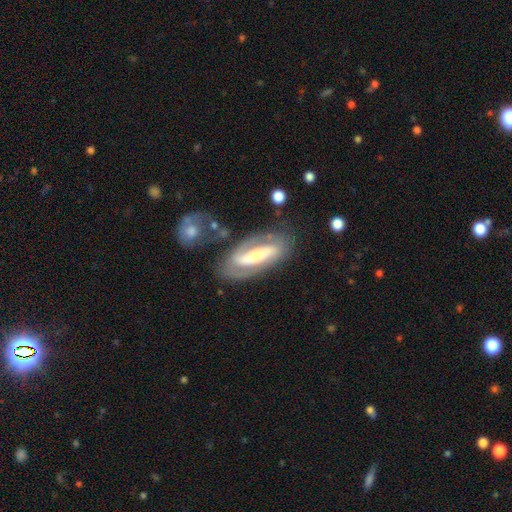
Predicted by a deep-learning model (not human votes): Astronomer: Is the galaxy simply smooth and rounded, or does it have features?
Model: featured or disk — 75%.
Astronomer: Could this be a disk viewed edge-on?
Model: no — 87%.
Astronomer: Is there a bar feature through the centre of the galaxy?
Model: strong — 66%.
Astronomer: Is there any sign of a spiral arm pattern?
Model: yes — 79%.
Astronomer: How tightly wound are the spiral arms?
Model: medium — 41% (runner-up: tight, 38%).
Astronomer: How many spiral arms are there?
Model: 2 — 80%.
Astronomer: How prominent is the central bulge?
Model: moderate — 43% (runner-up: small, 38%).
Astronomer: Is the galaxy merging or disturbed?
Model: none — 72%.